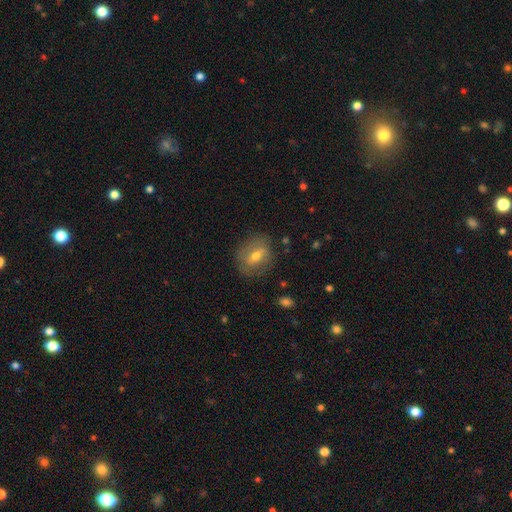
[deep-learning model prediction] smooth_or_featured: smooth (p=0.53) [alt: featured or disk p=0.39]
how_rounded: in between (p=0.50) [alt: round p=0.48]
merging: none (p=0.77) [alt: minor disturbance p=0.16]